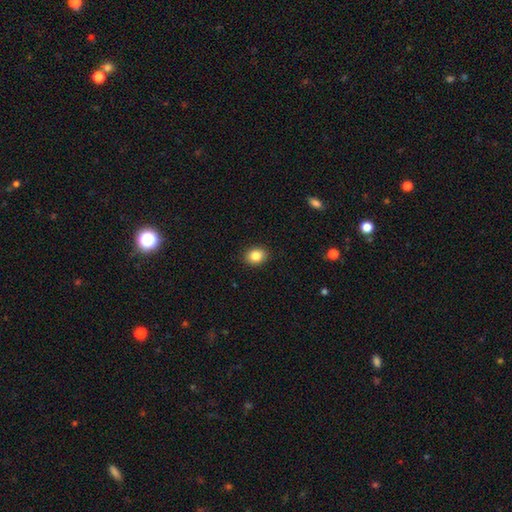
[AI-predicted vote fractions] smooth_or_featured: smooth (p=0.84) [alt: star or artifact p=0.09]
how_rounded: round (p=0.53) [alt: in between p=0.46]
merging: none (p=0.91) [alt: minor disturbance p=0.07]